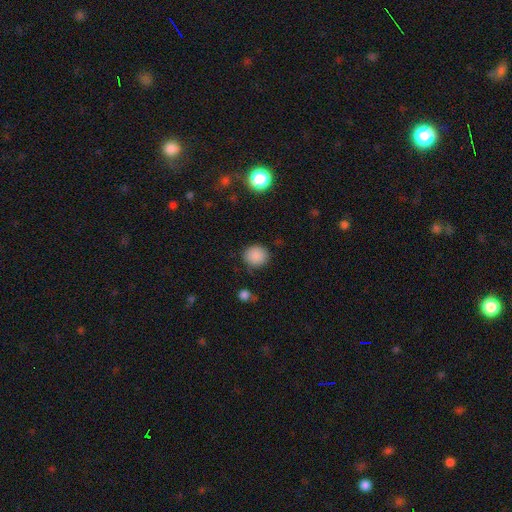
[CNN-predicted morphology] Smooth or featured? Predicted: smooth (p=0.87). How rounded? Predicted: round (p=0.80). Merging? Predicted: none (p=0.84).